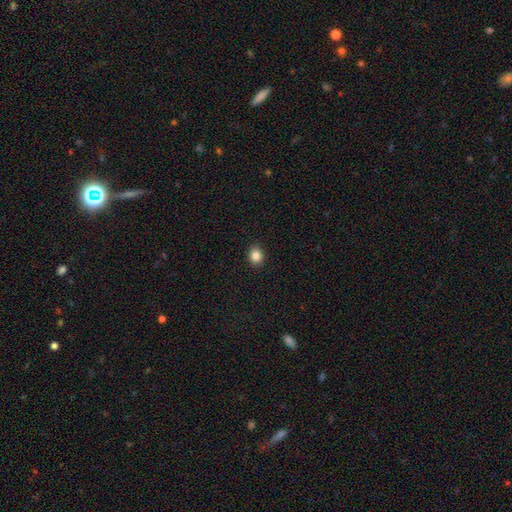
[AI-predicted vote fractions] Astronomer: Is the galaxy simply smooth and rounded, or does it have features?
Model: smooth — 85%.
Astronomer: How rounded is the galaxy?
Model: round — 63%.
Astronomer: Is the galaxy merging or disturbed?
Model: none — 90%.